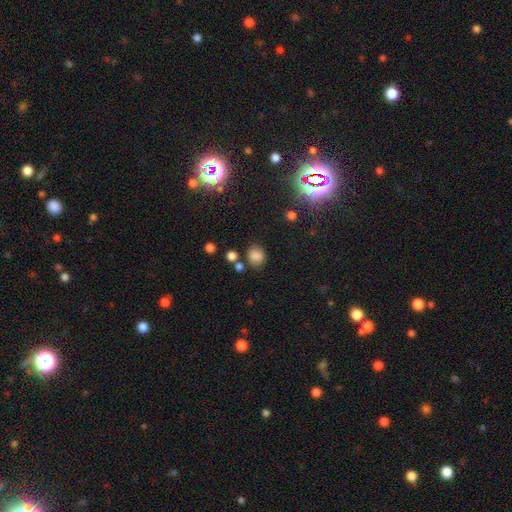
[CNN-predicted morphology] Smooth or featured? Predicted: smooth (p=0.81). How rounded? Predicted: round (p=0.68). Merging? Predicted: none (p=0.74).